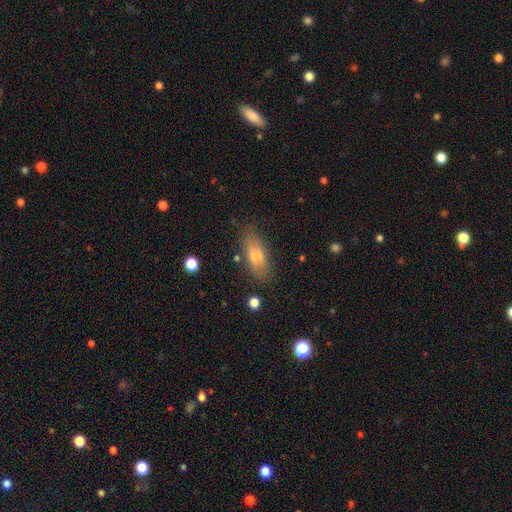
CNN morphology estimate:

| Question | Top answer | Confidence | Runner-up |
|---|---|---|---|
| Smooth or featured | smooth | 72% | featured or disk (19%) |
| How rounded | in between | 73% | cigar-shaped (23%) |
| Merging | none | 79% | minor disturbance (14%) |